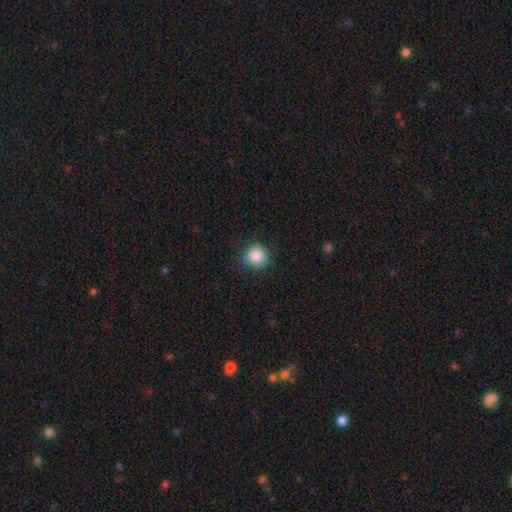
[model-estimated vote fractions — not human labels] This appears to be a smooth galaxy with no disk features (87%) that is round (92%). Merging: none (87%).